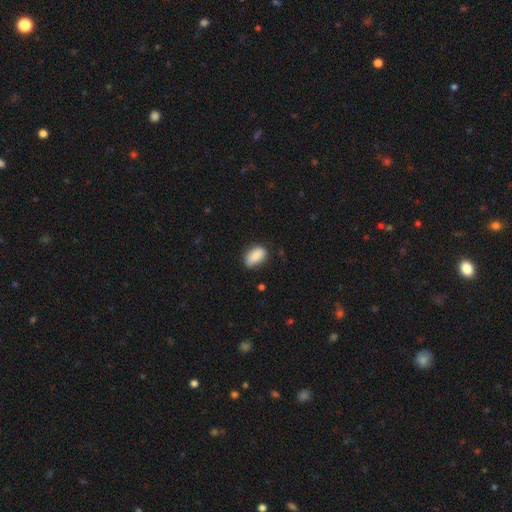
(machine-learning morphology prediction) Smooth or featured? Predicted: smooth (p=0.86). How rounded? Predicted: in between (p=0.90). Merging? Predicted: none (p=0.69).